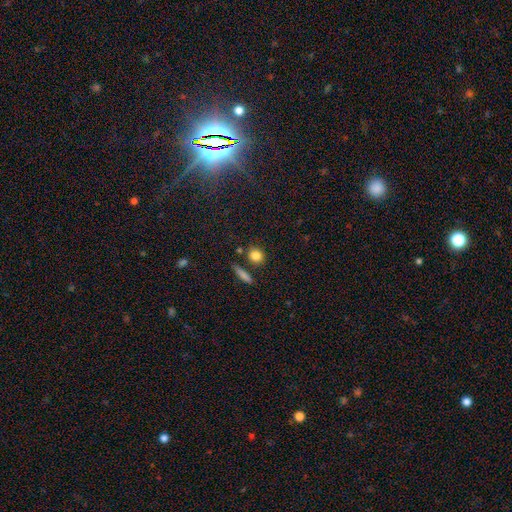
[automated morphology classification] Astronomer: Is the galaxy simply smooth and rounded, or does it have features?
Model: smooth — 84%.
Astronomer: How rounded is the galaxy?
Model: round — 73%.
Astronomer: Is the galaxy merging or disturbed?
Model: none — 79%.